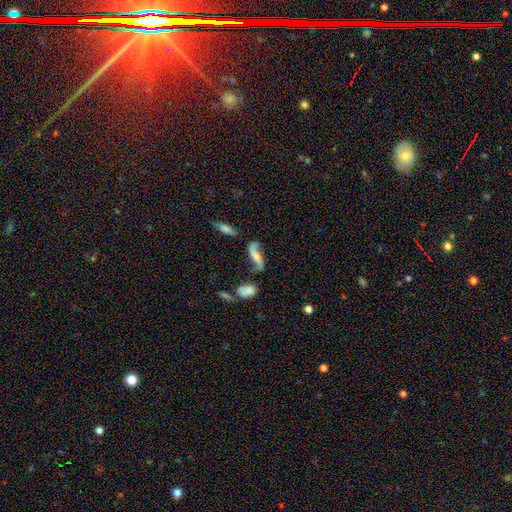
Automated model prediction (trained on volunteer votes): Smooth or featured: featured or disk — 67% (smooth — 25%)
Edge-on disk: no — 87% (yes — 13%)
Bar: no — 48% (weak — 33%)
Spiral arms: yes — 90% (no — 10%)
Spiral winding: loose — 84% (medium — 12%)
Spiral arm count: 2 — 90% (1 — 4%)
Bulge size: none — 37% (small — 27%)
Merging: none — 58% (minor disturbance — 21%)